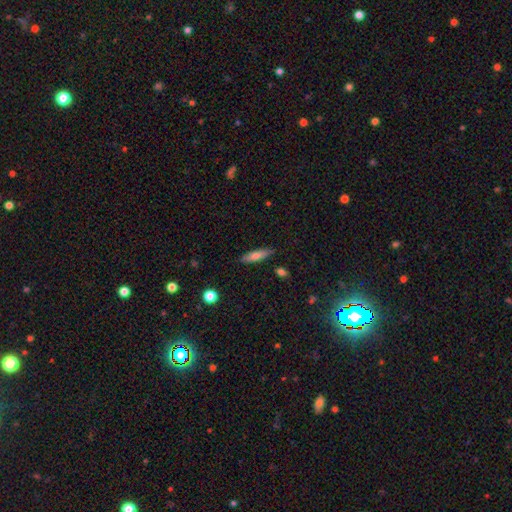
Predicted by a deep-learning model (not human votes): smooth-or-featured: smooth: 66% | featured or disk: 27% | star or artifact: 7%
  how-rounded: cigar-shaped: 68% | in between: 30% | round: 2%
  merging: none: 86% | minor disturbance: 10% | major disturbance: 2% | merger: 2%